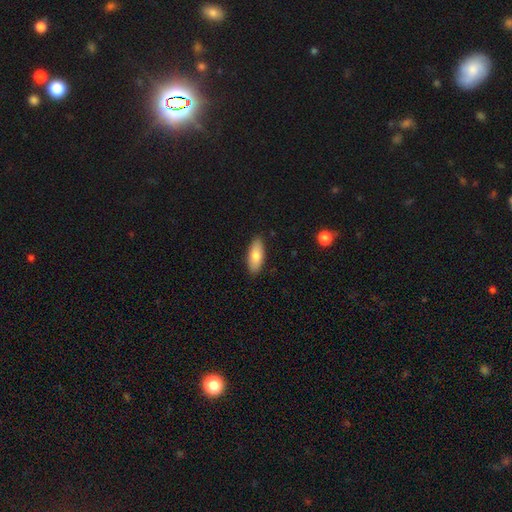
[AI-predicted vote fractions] smooth-or-featured: smooth: 80% | featured or disk: 14% | star or artifact: 6%
  how-rounded: in between: 80% | cigar-shaped: 18% | round: 2%
  merging: none: 88% | minor disturbance: 9% | major disturbance: 2% | merger: 1%